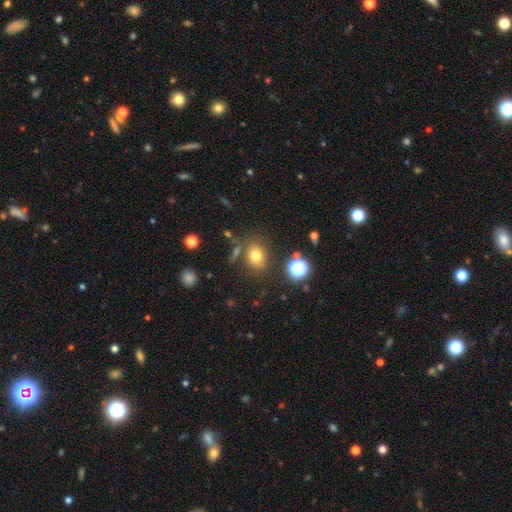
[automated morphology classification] A smooth galaxy with no disk features (73%) that is round (51%).

Vote fractions:
- Smooth or featured? smooth: 73% / star or artifact: 16% / featured or disk: 10%
- How rounded? round: 51% / in between: 48% / cigar-shaped: 1%
- Merging? none: 75% / minor disturbance: 13% / merger: 7% / major disturbance: 5%